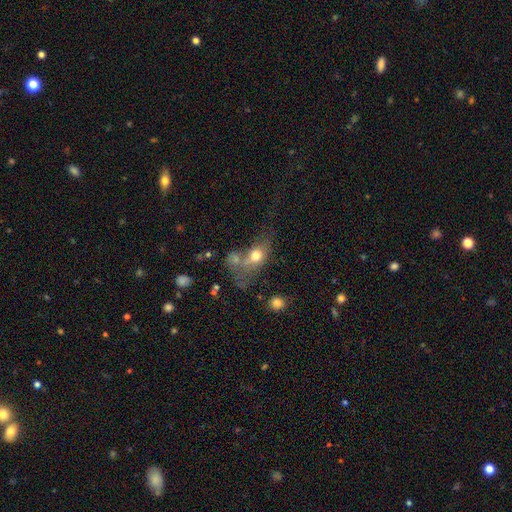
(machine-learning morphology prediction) Smooth or featured? Predicted: smooth (p=0.65). How rounded? Predicted: in between (p=0.65). Merging? Predicted: merger (p=0.41).